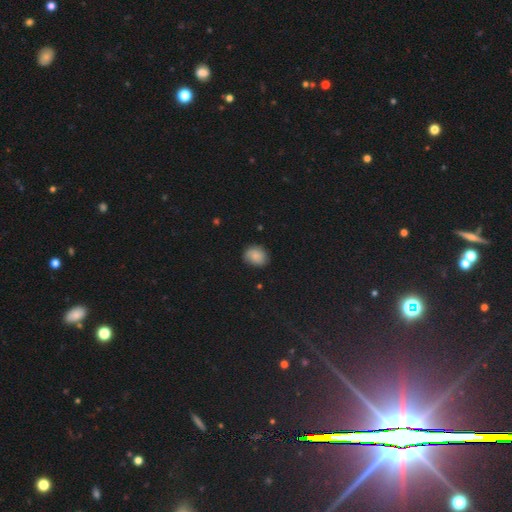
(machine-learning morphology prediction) smooth 80%, featured or disk 11%, star or artifact 9%. Down the decision tree: how rounded — round (59%); merging — none (77%).